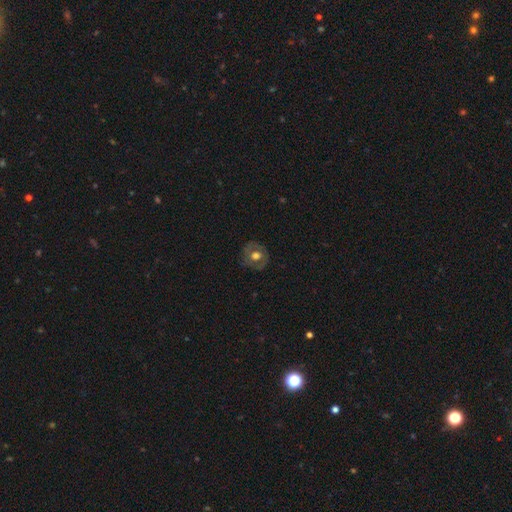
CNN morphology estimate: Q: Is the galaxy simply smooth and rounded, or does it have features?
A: featured or disk — 48%.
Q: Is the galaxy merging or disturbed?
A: none — 79%.